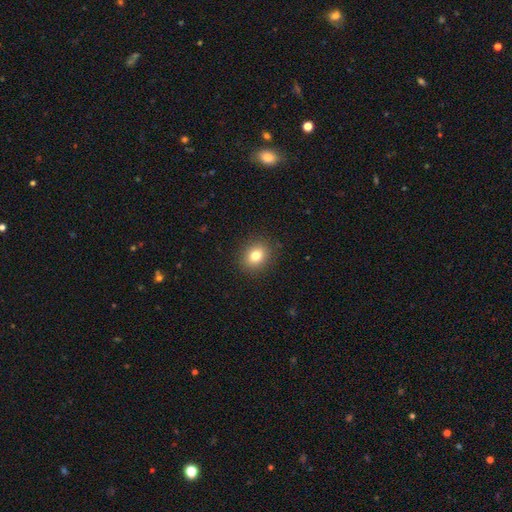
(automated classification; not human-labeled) A smooth galaxy with no disk features (80%) that is round (64%).

Vote fractions:
- Smooth or featured? smooth: 80% / star or artifact: 11% / featured or disk: 8%
- How rounded? round: 64% / in between: 36% / cigar-shaped: 1%
- Merging? none: 90% / minor disturbance: 7% / major disturbance: 2% / merger: 1%